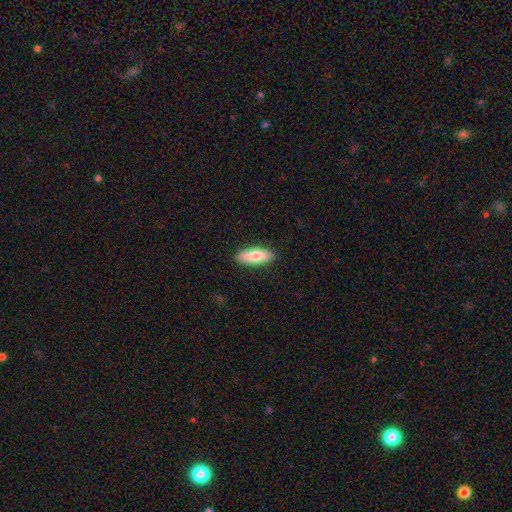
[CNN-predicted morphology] type=smooth (78%); roundness=in between (68%); merging=none (90%).